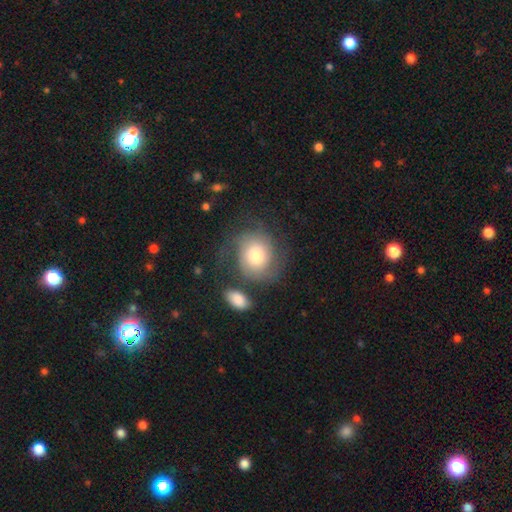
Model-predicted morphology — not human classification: Smooth or featured: featured or disk — 51% (smooth — 41%)
Edge-on disk: no — 97% (yes — 3%)
Merging: none — 55% (minor disturbance — 20%)